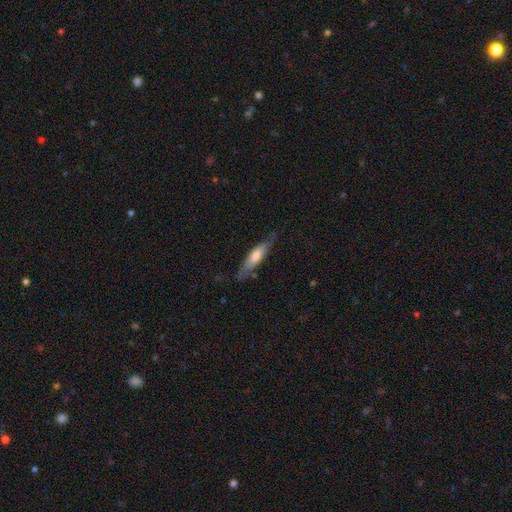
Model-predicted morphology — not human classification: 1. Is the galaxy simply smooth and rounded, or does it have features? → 47% smooth (tied), 47% featured or disk (tied), 5% star or artifact.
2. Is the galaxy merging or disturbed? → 73% none, 20% minor disturbance, 5% major disturbance, 2% merger.